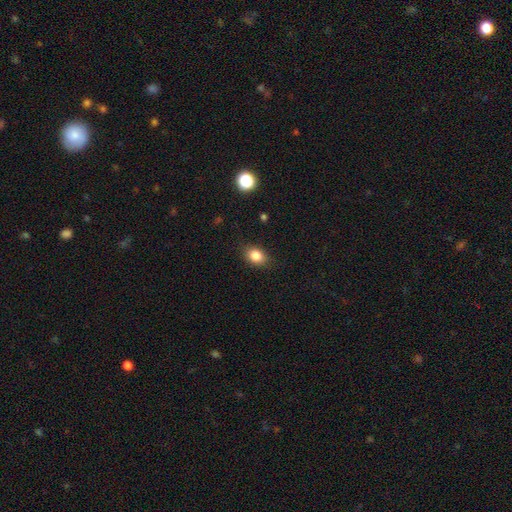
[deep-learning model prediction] Smooth or featured? smooth (85%)
How rounded? in between (70%)
Merging? none (85%)